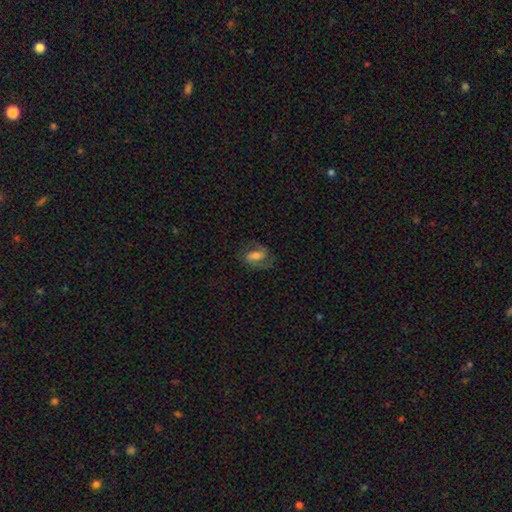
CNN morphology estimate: Smooth or featured?
  - featured or disk: 61% *
  - smooth: 31%
  - star or artifact: 8%
Edge-on disk?
  - no: 96% *
  - yes: 4%
Bar?
  - weak: 41% *
  - no: 31%
  - strong: 29%
Spiral arms?
  - yes: 88% *
  - no: 12%
Spiral winding?
  - medium: 49% *
  - loose: 28%
  - tight: 24%
Spiral arm count?
  - 2: 83% *
  - can't tell: 7%
  - 1: 6%
  - 3: 1%
  - 4: 1%
  - more than 4: 1%
Bulge size?
  - moderate: 54% *
  - small: 26%
  - large: 14%
  - none: 4%
  - dominant: 2%
Merging?
  - none: 68% *
  - minor disturbance: 19%
  - major disturbance: 12%
  - merger: 1%